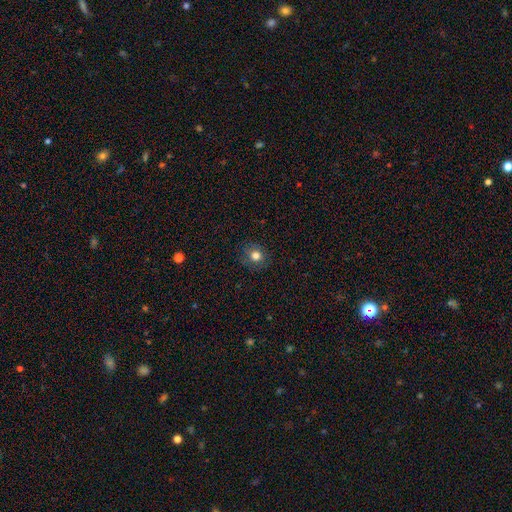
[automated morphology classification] Overall: smooth (79%). How rounded: round (80%). Merging: none (85%).